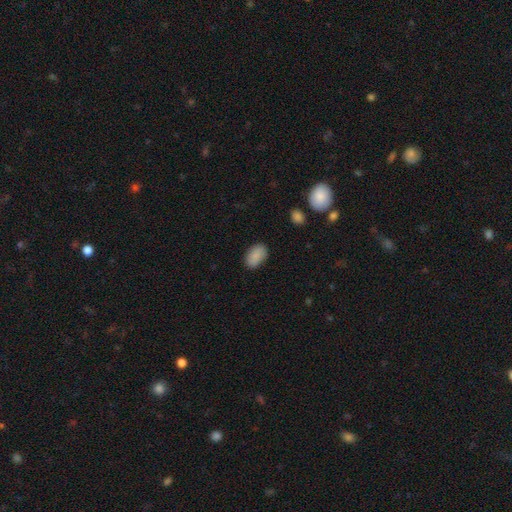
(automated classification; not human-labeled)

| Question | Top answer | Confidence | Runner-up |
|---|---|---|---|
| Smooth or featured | smooth | 89% | star or artifact (7%) |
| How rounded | in between | 93% | round (6%) |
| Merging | none | 85% | minor disturbance (11%) |